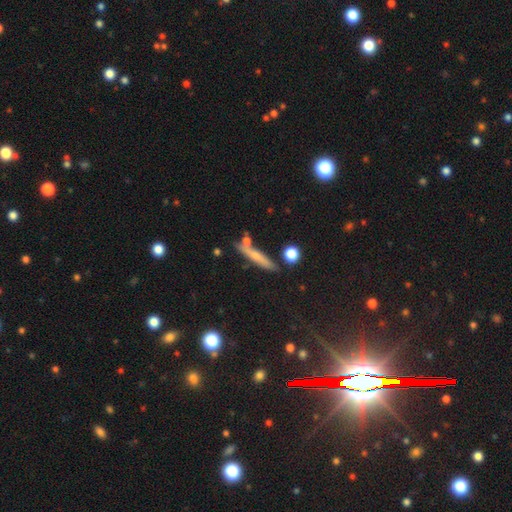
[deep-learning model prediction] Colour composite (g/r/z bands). It shows a smooth galaxy with no disk features (53%) that is cigar-shaped (89%). Merging: none (73%).